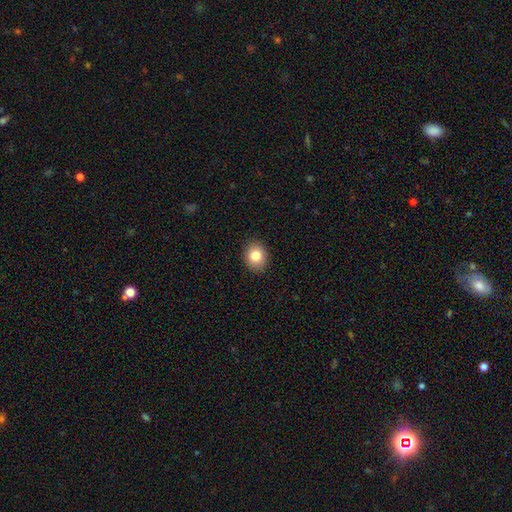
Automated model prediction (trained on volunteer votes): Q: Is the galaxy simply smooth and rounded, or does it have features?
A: smooth — 83%.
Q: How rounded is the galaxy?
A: round — 57%.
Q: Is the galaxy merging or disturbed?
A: none — 90%.